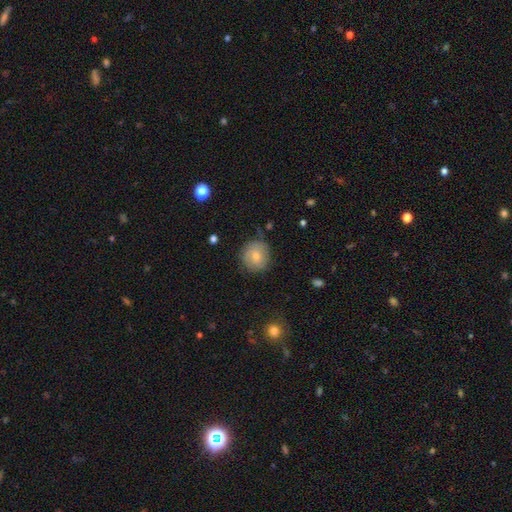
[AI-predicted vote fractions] Overall: smooth (68%). How rounded: round (84%). Merging: none (74%).